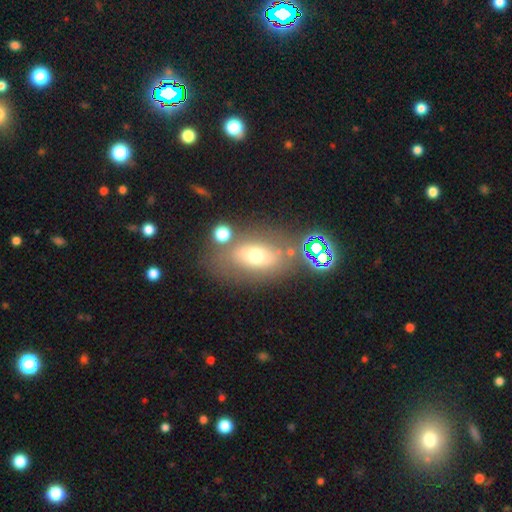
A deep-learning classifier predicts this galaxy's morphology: Smooth or featured?
  - smooth: 55% *
  - featured or disk: 27%
  - star or artifact: 18%
How rounded?
  - in between: 76% *
  - round: 19%
  - cigar-shaped: 5%
Merging?
  - none: 65% *
  - minor disturbance: 15%
  - merger: 11%
  - major disturbance: 9%